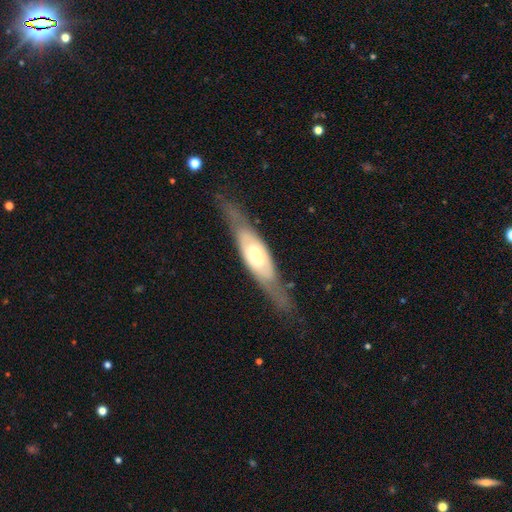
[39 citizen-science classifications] smooth_or_featured: featured or disk (p=0.56) [alt: smooth p=0.41]
disk_edge_on: no (p=0.64) [alt: yes p=0.36]
bar: no (p=0.79) [alt: weak p=0.21]
has_spiral_arms: no (p=0.86) [alt: yes p=0.14]
bulge_size: moderate (p=0.57) [alt: large p=0.21]
merging: none (p=0.66) [alt: minor disturbance p=0.24]